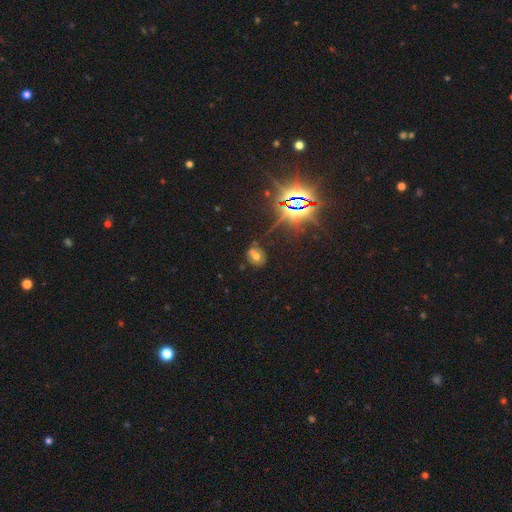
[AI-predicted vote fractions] Overall: smooth (41%; star or artifact 35%). Merging: none (52%; merger 30%).